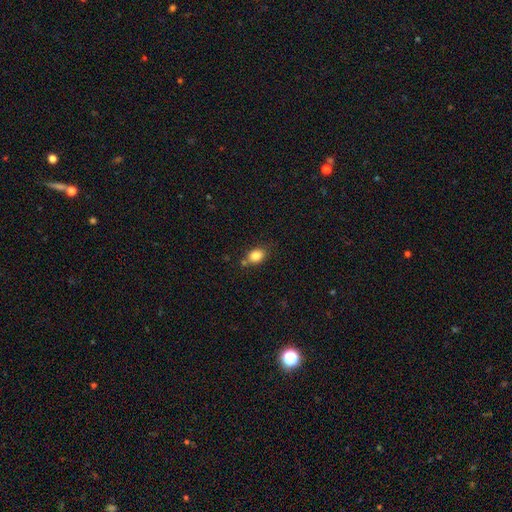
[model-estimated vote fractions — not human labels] smooth_or_featured: smooth (p=0.84) [alt: star or artifact p=0.10]
how_rounded: in between (p=0.64) [alt: round p=0.35]
merging: none (p=0.68) [alt: minor disturbance p=0.16]